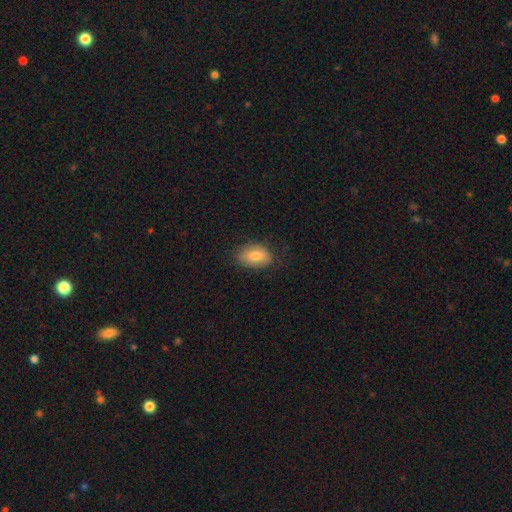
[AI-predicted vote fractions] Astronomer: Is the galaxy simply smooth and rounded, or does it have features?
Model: smooth — 78%.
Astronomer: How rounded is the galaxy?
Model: in between — 88%.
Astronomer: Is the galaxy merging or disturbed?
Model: none — 77%.